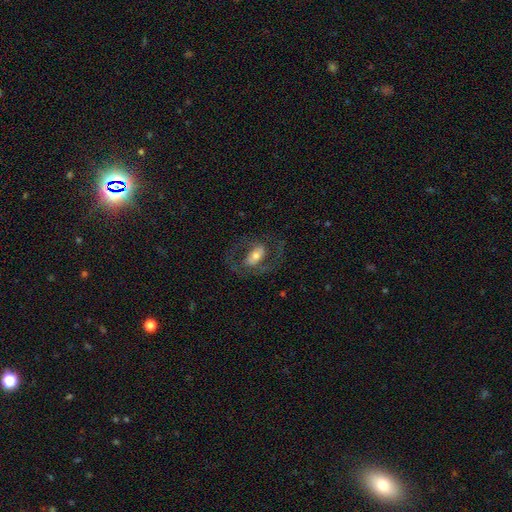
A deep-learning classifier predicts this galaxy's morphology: type=featured or disk (65%); edge-on=no (94%); bar=no (35%); spiral arms=yes (67%); bulge=moderate (55%); merging=none (66%).